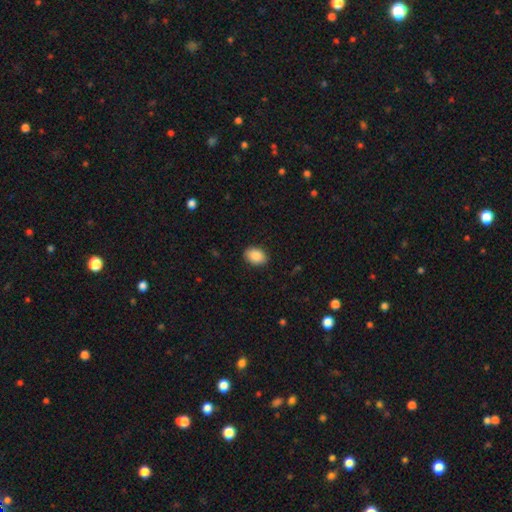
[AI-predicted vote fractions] Overall: smooth (89%). How rounded: in between (78%). Merging: none (89%).